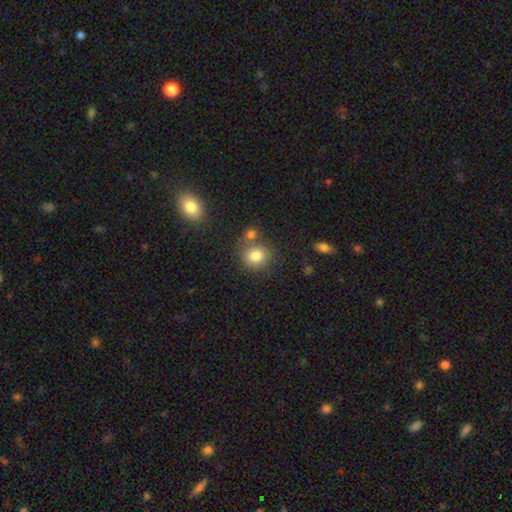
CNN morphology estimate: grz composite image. It shows a smooth galaxy with no disk features (82%) that is round (79%). Merging: none (62%).